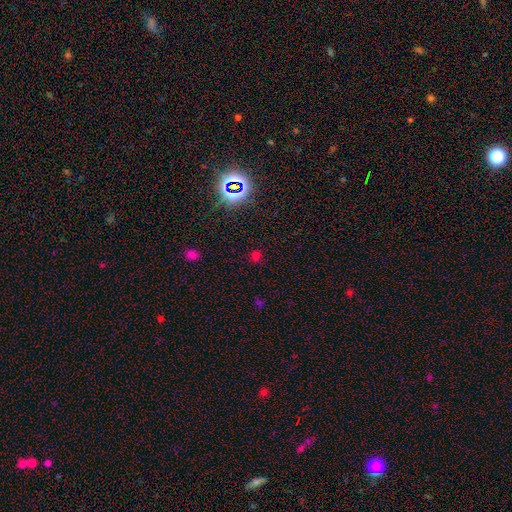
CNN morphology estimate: smooth_or_featured: star or artifact (p=0.48) [alt: smooth p=0.46]